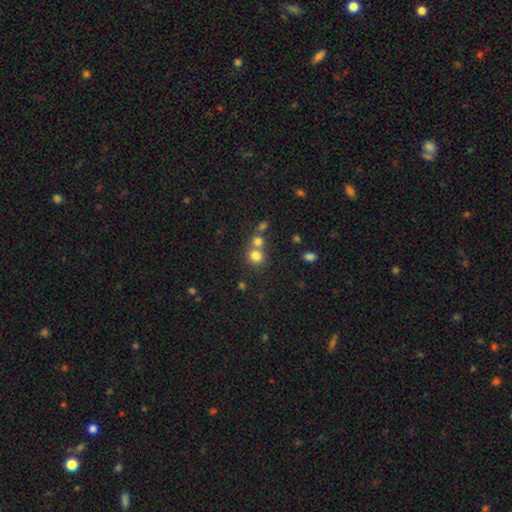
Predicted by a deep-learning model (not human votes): smooth_or_featured: smooth (p=0.77) [alt: star or artifact p=0.14]
how_rounded: round (p=0.81) [alt: in between p=0.18]
merging: none (p=0.48) [alt: merger p=0.41]